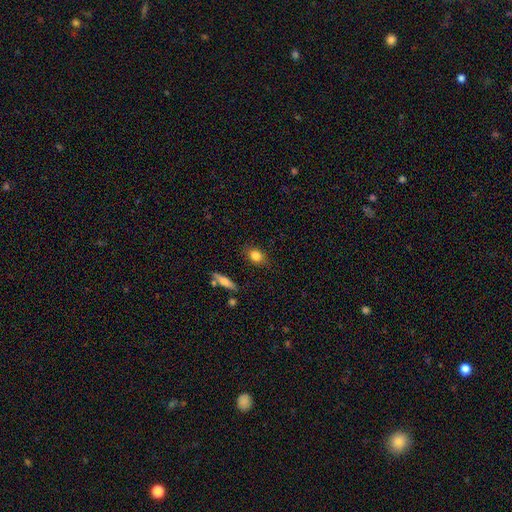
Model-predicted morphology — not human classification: type=smooth (82%); roundness=in between (61%); merging=none (82%).